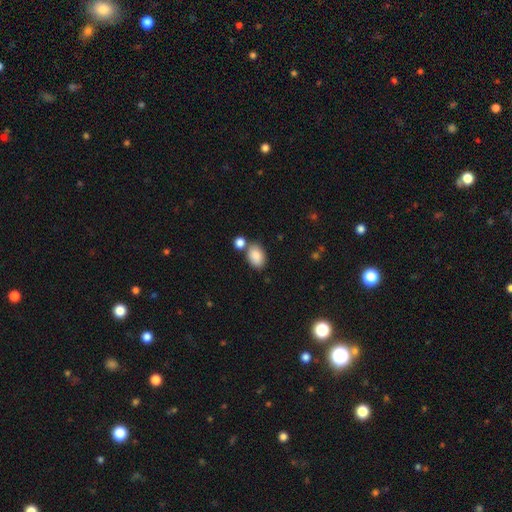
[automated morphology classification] The model was most divided on "merging": none: 63%, merger: 20%, minor disturbance: 13%, major disturbance: 4%. More confident: smooth or featured — smooth (87%); how rounded — in between (82%).